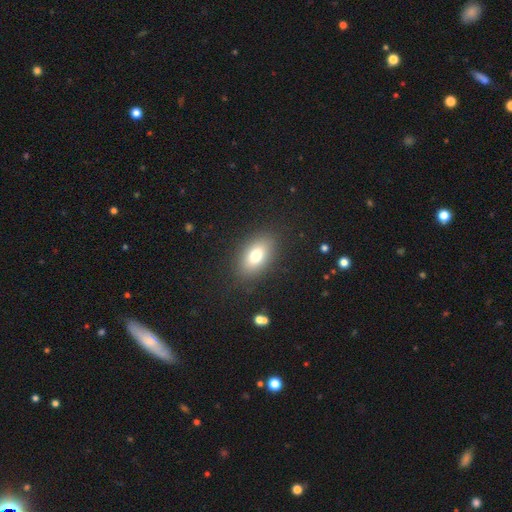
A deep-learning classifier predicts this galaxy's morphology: Q: Smooth or featured?
A: smooth (76%); runner-up: featured or disk (14%)
Q: How rounded?
A: in between (88%); runner-up: round (9%)
Q: Merging?
A: none (86%); runner-up: minor disturbance (9%)